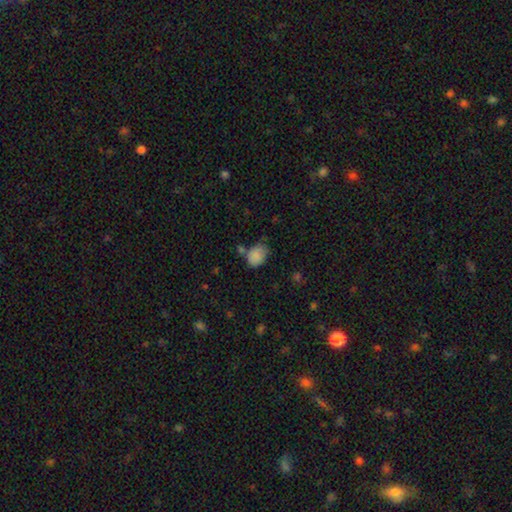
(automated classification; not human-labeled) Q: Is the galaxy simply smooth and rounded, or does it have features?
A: smooth — 85%.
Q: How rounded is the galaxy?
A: in between — 69%.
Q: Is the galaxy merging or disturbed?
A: none — 55%.